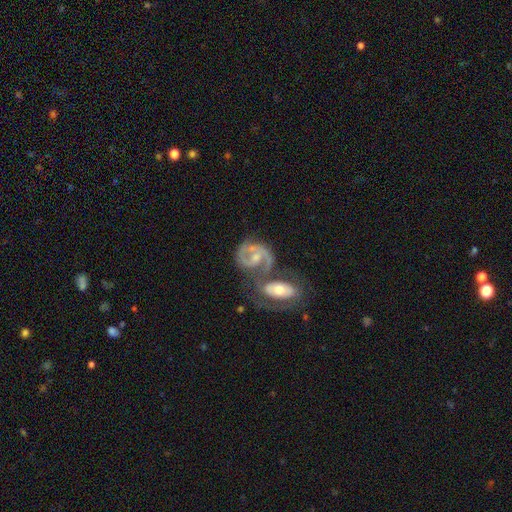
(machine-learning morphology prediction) Q: Smooth or featured?
A: featured or disk (81%); runner-up: smooth (13%)
Q: Edge-on disk?
A: no (97%); runner-up: yes (3%)
Q: Bar?
A: no (48%); runner-up: weak (38%)
Q: Spiral arms?
A: yes (91%); runner-up: no (9%)
Q: Spiral winding?
A: medium (52%); runner-up: tight (33%)
Q: Spiral arm count?
A: 2 (79%); runner-up: 1 (8%)
Q: Bulge size?
A: moderate (54%); runner-up: small (35%)
Q: Merging?
A: merger (42%); runner-up: none (34%)